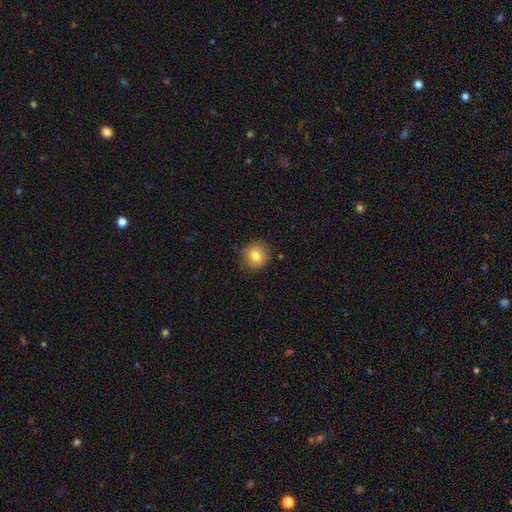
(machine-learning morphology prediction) This is clearly a smooth galaxy (80%). How rounded: clearly round (92%). Merging: clearly none (88%).